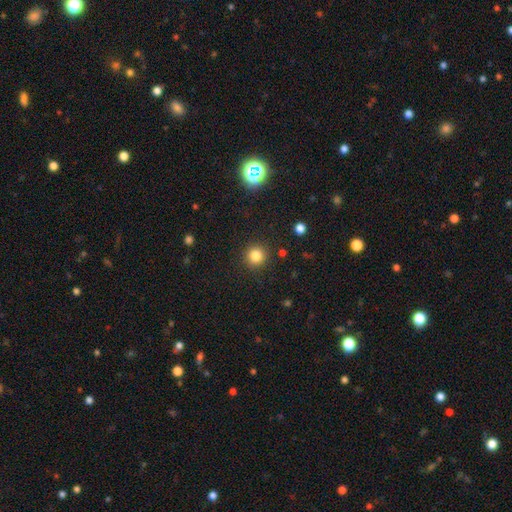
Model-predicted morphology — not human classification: Smooth or featured? smooth (82%)
How rounded? round (94%)
Merging? none (91%)